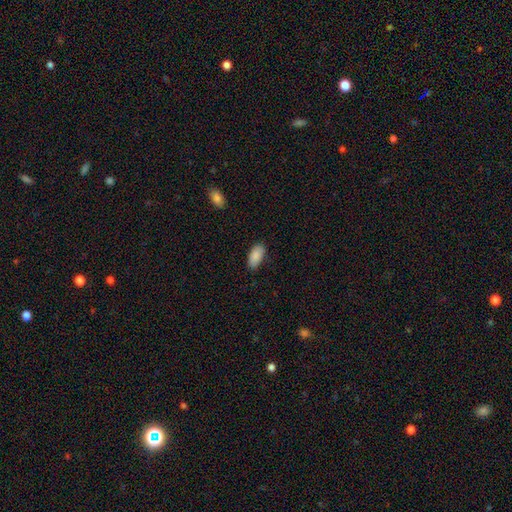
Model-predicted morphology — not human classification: The model was most divided on "merging": none: 82%, minor disturbance: 14%, major disturbance: 3%, merger: 1%. More confident: how rounded — in between (93%); smooth or featured — smooth (89%).